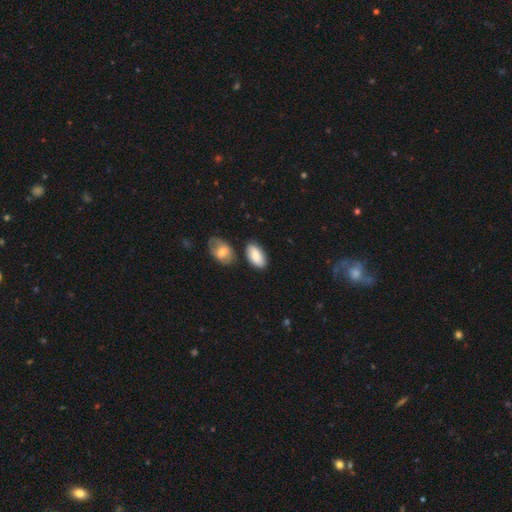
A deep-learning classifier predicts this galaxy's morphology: Smooth or featured?
  - smooth: 81% *
  - featured or disk: 13%
  - star or artifact: 6%
How rounded?
  - in between: 94% *
  - round: 3%
  - cigar-shaped: 3%
Merging?
  - none: 72% *
  - minor disturbance: 16%
  - merger: 9%
  - major disturbance: 3%